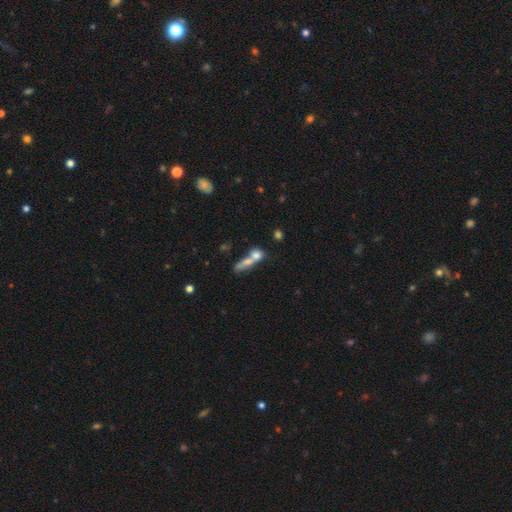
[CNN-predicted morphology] smooth_or_featured: smooth (p=0.69) [alt: featured or disk p=0.20]
how_rounded: in between (p=0.36) [tied with: round p=0.36]
merging: merger (p=0.57) [alt: none p=0.28]